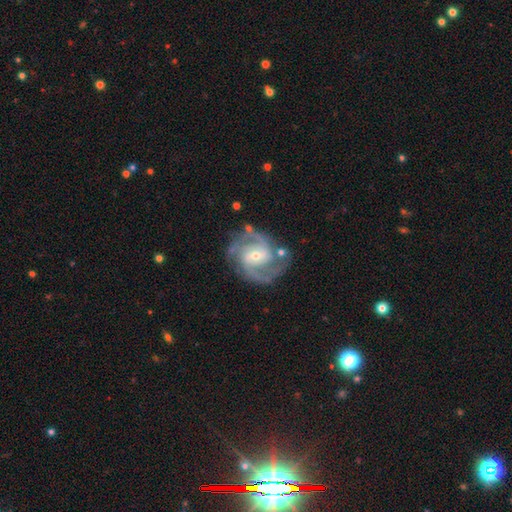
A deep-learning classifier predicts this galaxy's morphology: This appears to be a featured or disk galaxy (91%) with a weak bar (45%), 2 (55%) medium (50%) spiral arms (98%) and a small central bulge (54%). Merging: none (73%).